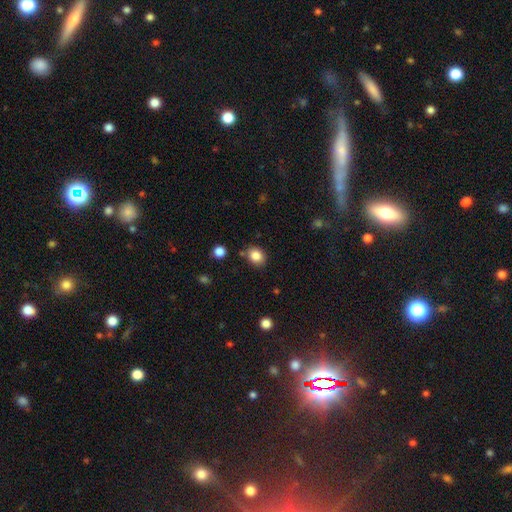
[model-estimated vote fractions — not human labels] A smooth galaxy with no disk features (84%) that is round (55%).

Vote fractions:
- Smooth or featured? smooth: 84% / star or artifact: 10% / featured or disk: 6%
- How rounded? round: 55% / in between: 44% / cigar-shaped: 1%
- Merging? none: 80% / minor disturbance: 12% / merger: 5% / major disturbance: 3%